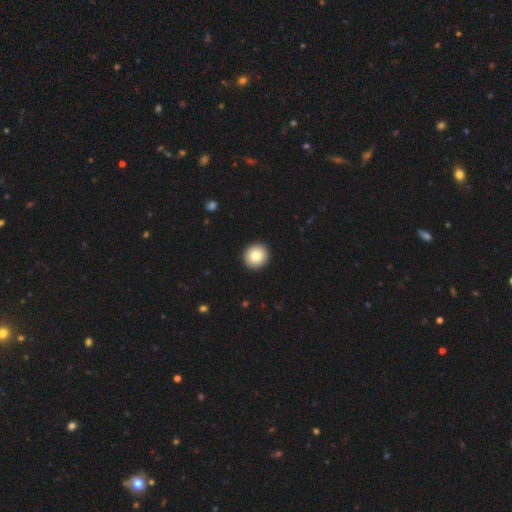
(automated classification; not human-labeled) smooth 83%, featured or disk 9%, star or artifact 8%. Down the decision tree: how rounded — round (91%); merging — none (93%).